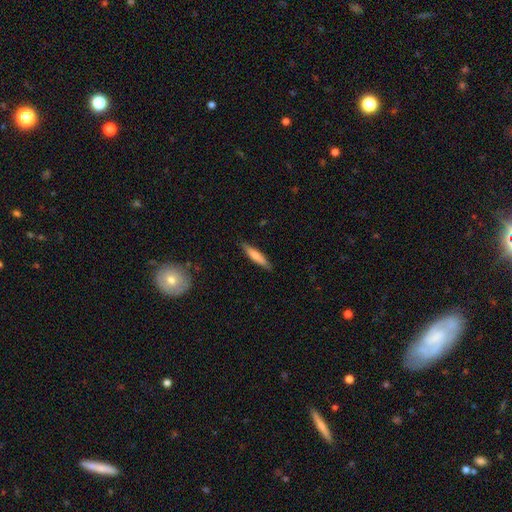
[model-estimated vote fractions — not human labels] Smooth or featured?
  - smooth: 68% *
  - featured or disk: 26%
  - star or artifact: 6%
How rounded?
  - cigar-shaped: 87% *
  - in between: 11%
  - round: 1%
Merging?
  - none: 87% *
  - minor disturbance: 10%
  - major disturbance: 2%
  - merger: 1%